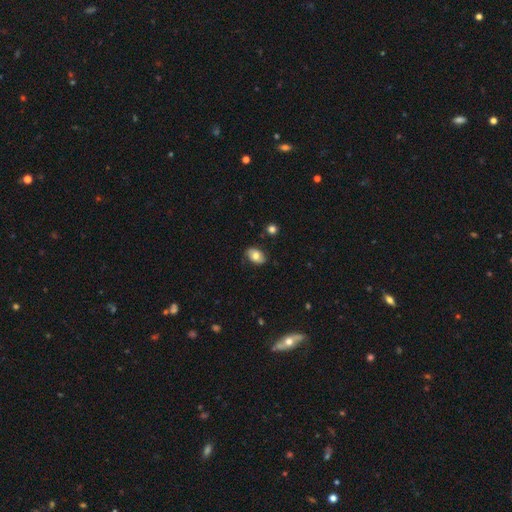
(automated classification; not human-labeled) smooth 72%, featured or disk 20%, star or artifact 8%. Down the decision tree: how rounded — in between (86%); merging — none (82%).